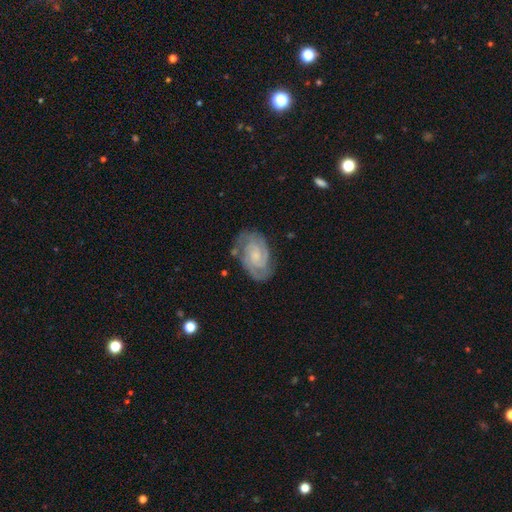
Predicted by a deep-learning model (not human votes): This is clearly a featured or disk galaxy (83%). It is clearly not viewed edge-on (97%). Bar: possibly no (59%). Spiral arm pattern: clearly yes (96%). Spiral arm count: possibly 2 (58%). Spiral winding: likely tight (62%). Central bulge: possibly small (55%). Merging: likely none (74%).